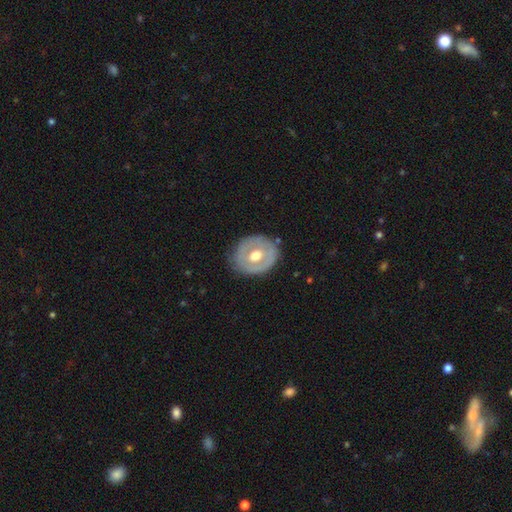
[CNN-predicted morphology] Smooth or featured?
  - featured or disk: 53% *
  - smooth: 41%
  - star or artifact: 5%
Edge-on disk?
  - no: 94% *
  - yes: 6%
Bar?
  - no: 70% *
  - weak: 23%
  - strong: 7%
Spiral arms?
  - no: 84% *
  - yes: 16%
Bulge size?
  - moderate: 76% *
  - large: 16%
  - small: 6%
  - dominant: 1%
  - none: 1%
Merging?
  - none: 78% *
  - minor disturbance: 16%
  - major disturbance: 5%
  - merger: 2%